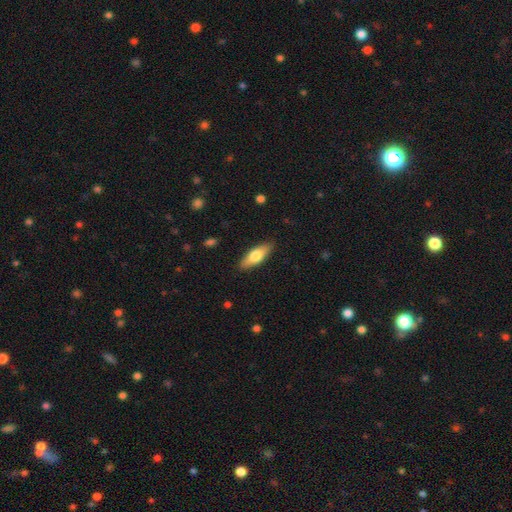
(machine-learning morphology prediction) Smooth or featured? smooth (67%)
How rounded? in between (64%)
Merging? none (87%)